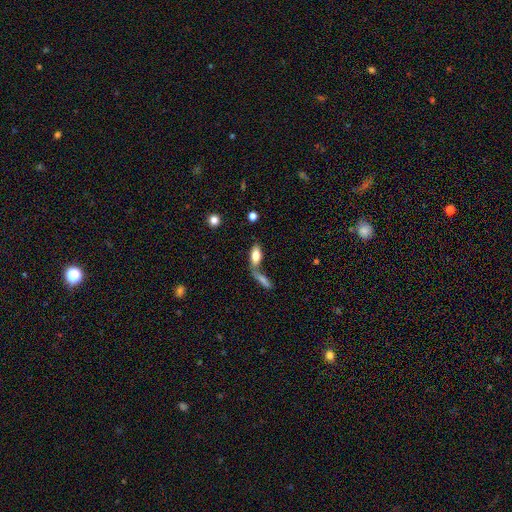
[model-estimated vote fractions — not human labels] This is likely a smooth galaxy (77%). How rounded: clearly in between (81%). Merging: possibly merger (46%).